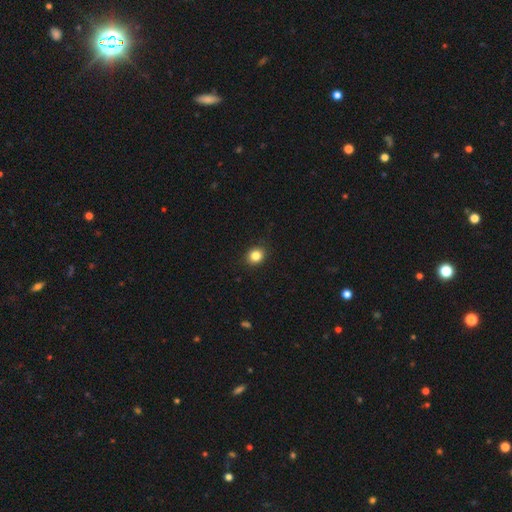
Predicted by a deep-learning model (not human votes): Overall: smooth (84%). How rounded: round (74%). Merging: none (89%).